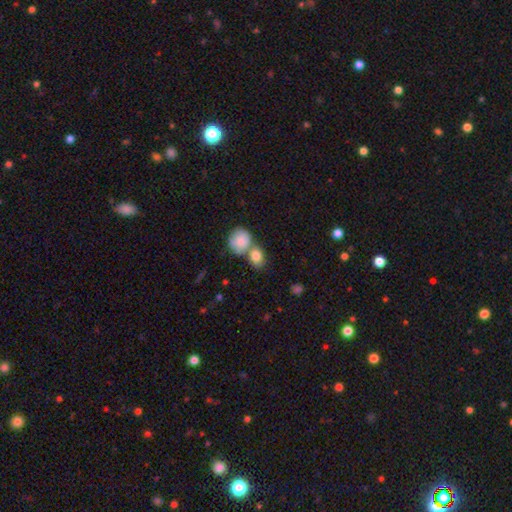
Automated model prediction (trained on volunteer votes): A smooth galaxy with no disk features (82%) that is round (52%). Merging: merger (53%).